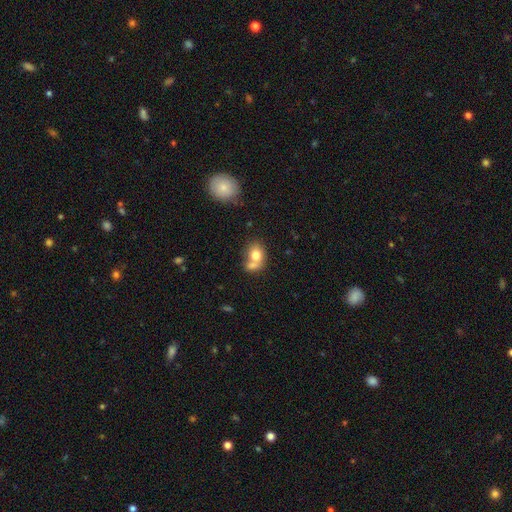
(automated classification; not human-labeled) Q: Smooth or featured?
A: smooth (75%); runner-up: featured or disk (15%)
Q: How rounded?
A: in between (54%); runner-up: round (44%)
Q: Merging?
A: merger (53%); runner-up: none (30%)